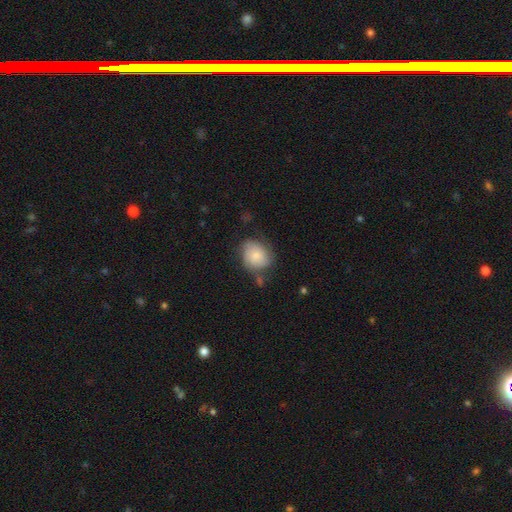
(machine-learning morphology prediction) This is likely a smooth galaxy (73%). How rounded: possibly round (57%). Merging: possibly none (54%).